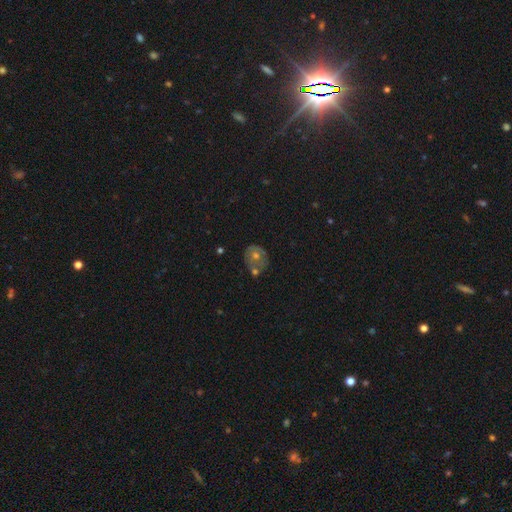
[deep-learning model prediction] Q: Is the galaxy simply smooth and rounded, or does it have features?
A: featured or disk — 45%.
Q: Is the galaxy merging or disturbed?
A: none — 57%.